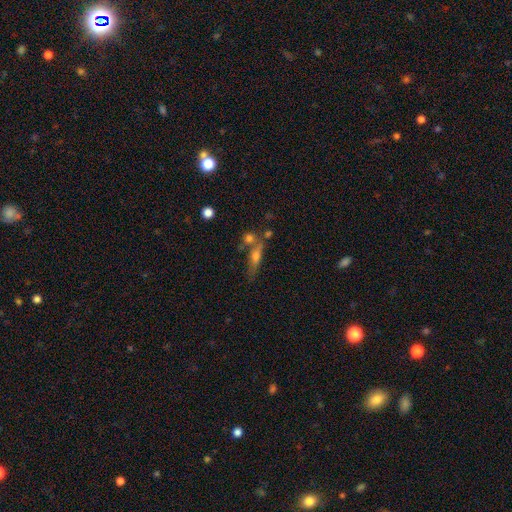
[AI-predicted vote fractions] smooth-or-featured: featured or disk: 45% | smooth: 40% | star or artifact: 15%
  merging: none: 51% | merger: 27% | minor disturbance: 14% | major disturbance: 8%